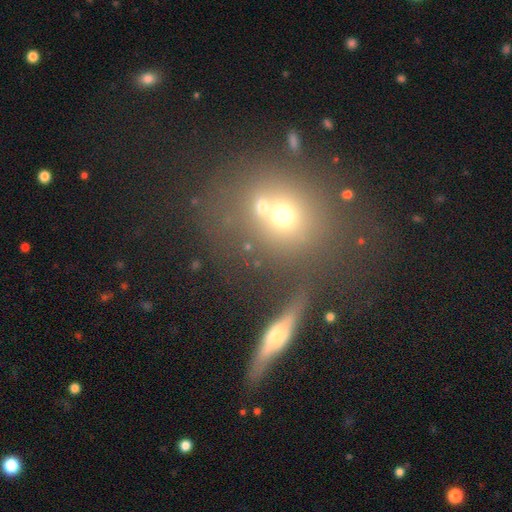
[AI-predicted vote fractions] A smooth galaxy with no disk features (44%).

Vote fractions:
- Smooth or featured? smooth: 44% / featured or disk: 33% / star or artifact: 23%
- Merging? none: 50% / merger: 34% / minor disturbance: 11% / major disturbance: 6%